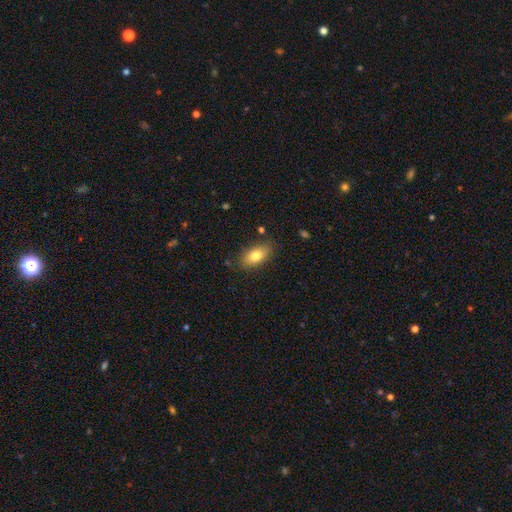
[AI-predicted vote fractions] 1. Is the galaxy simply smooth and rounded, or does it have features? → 79% smooth, 13% featured or disk, 8% star or artifact.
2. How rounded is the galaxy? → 89% in between, 6% cigar-shaped, 6% round.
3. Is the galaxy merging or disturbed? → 81% none, 13% minor disturbance, 3% major disturbance, 2% merger.